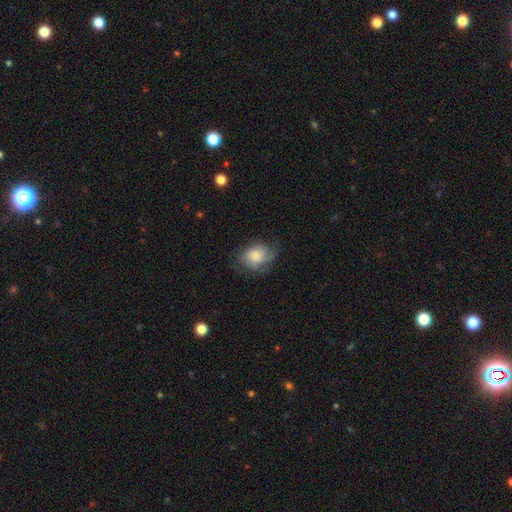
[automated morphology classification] Q: Smooth or featured?
A: smooth (51%); runner-up: featured or disk (40%)
Q: How rounded?
A: in between (58%); runner-up: round (41%)
Q: Merging?
A: none (57%); runner-up: minor disturbance (27%)